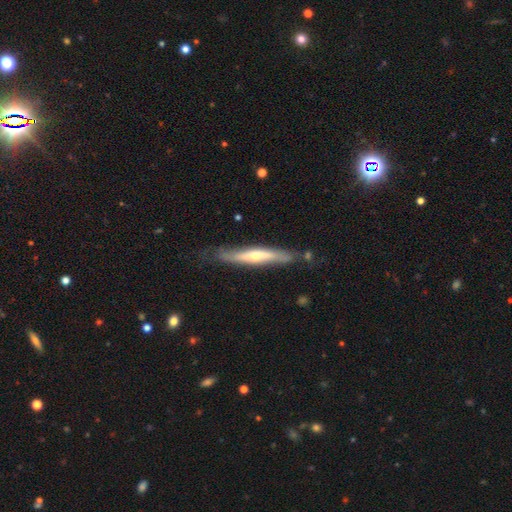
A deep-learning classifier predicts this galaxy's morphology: Overall: featured or disk (59%; smooth 36%). Edge-on disk: yes (81%). Merging: none (68%).